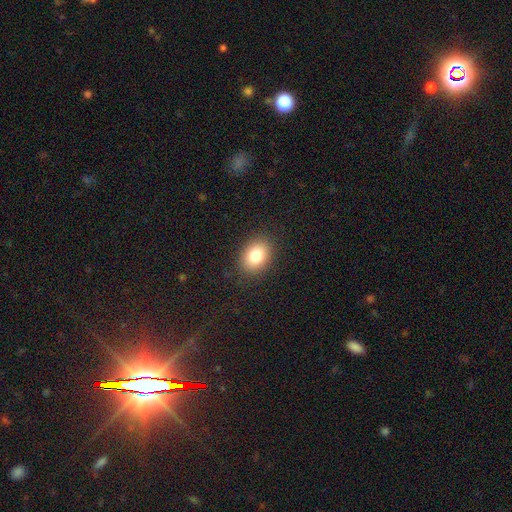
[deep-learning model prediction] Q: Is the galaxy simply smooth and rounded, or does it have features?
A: smooth — 83%.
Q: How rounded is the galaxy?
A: in between — 71%.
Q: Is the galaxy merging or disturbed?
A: none — 88%.